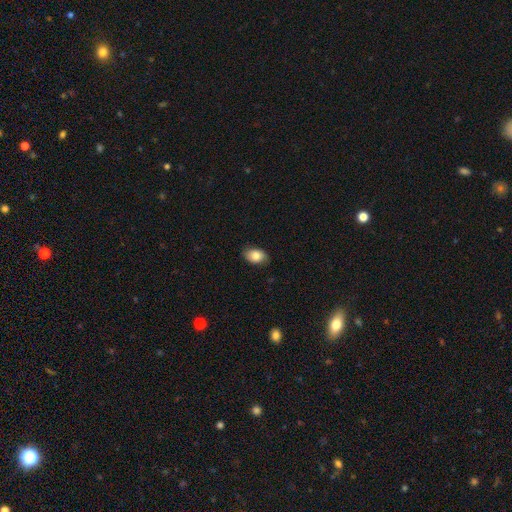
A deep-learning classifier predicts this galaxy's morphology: Smooth or featured? Predicted: smooth (p=0.83). How rounded? Predicted: in between (p=0.85). Merging? Predicted: none (p=0.84).